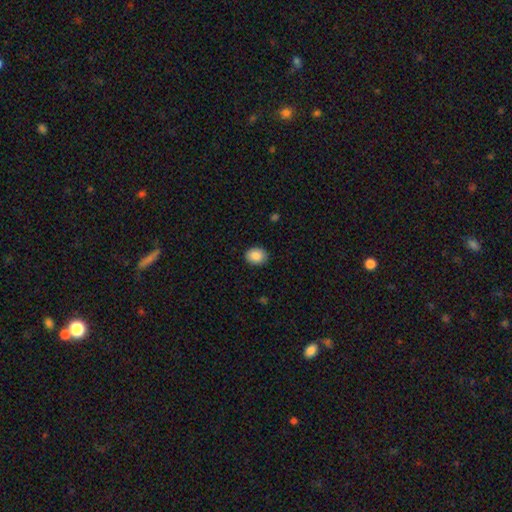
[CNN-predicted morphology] The model was most divided on "how rounded" (2-way tie): in between: 50%, round: 50%, cigar-shaped: 1%. More confident: merging — none (88%); smooth or featured — smooth (88%).